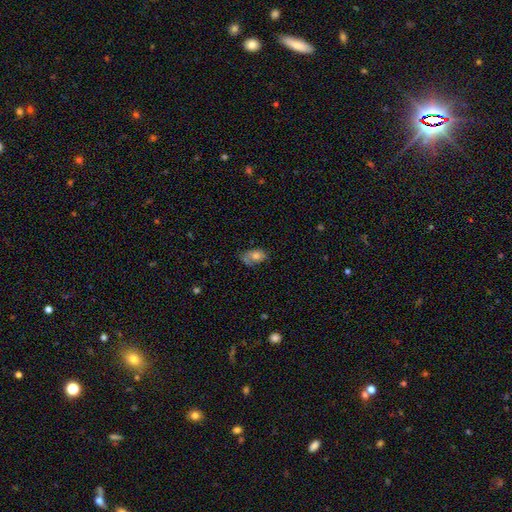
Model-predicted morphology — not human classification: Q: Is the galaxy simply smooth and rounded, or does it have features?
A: smooth — 62%.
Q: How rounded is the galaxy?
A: in between — 86%.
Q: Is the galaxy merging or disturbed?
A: none — 48%.